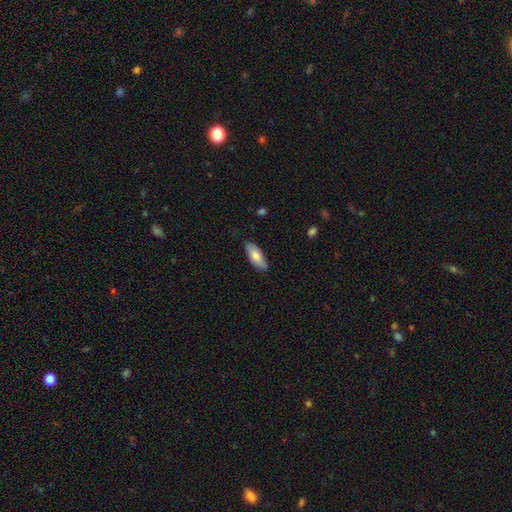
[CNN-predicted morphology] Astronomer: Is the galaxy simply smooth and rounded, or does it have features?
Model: smooth — 77%.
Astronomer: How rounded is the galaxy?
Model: in between — 78%.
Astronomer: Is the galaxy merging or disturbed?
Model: none — 81%.